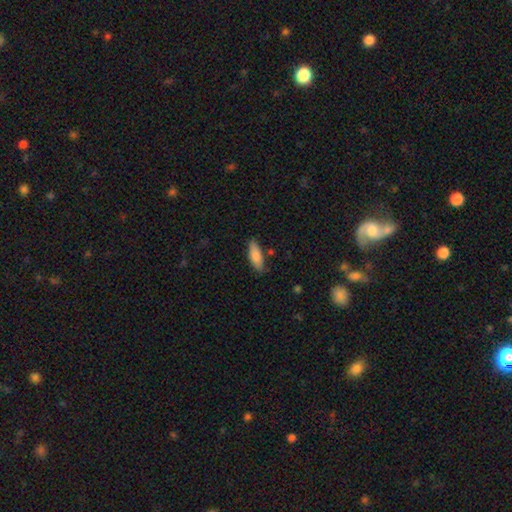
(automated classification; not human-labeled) Q: Smooth or featured?
A: smooth (82%); runner-up: featured or disk (12%)
Q: How rounded?
A: in between (63%); runner-up: cigar-shaped (35%)
Q: Merging?
A: none (79%); runner-up: minor disturbance (16%)